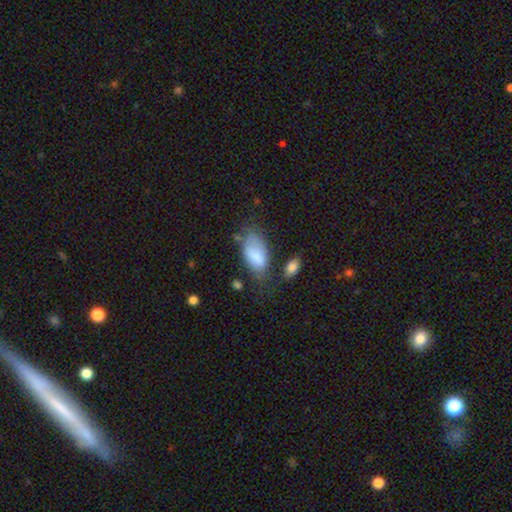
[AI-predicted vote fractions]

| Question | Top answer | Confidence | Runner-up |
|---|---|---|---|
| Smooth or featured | smooth | 79% | featured or disk (14%) |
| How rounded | in between | 92% | cigar-shaped (5%) |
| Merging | none | 43% | minor disturbance (33%) |